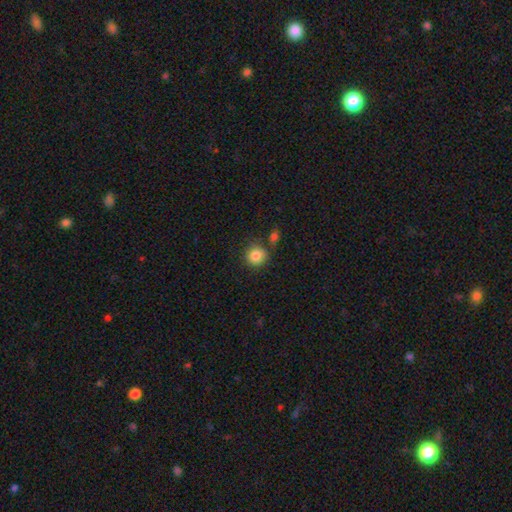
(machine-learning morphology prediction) Smooth or featured?
  - smooth: 85% *
  - star or artifact: 9%
  - featured or disk: 6%
How rounded?
  - round: 91% *
  - in between: 8%
  - cigar-shaped: 1%
Merging?
  - none: 77% *
  - minor disturbance: 11%
  - merger: 9%
  - major disturbance: 3%